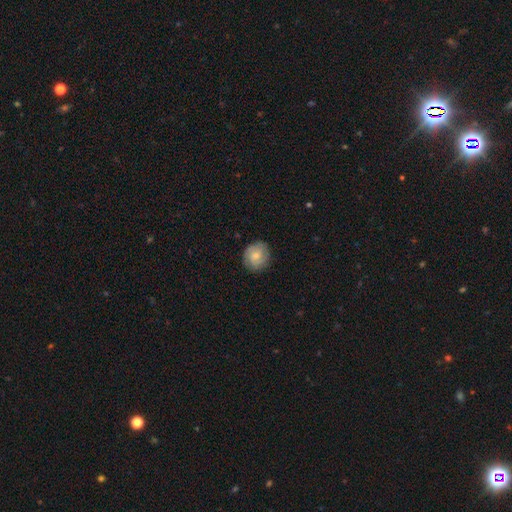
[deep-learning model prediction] Smooth or featured? smooth (59%)
How rounded? round (86%)
Merging? none (83%)